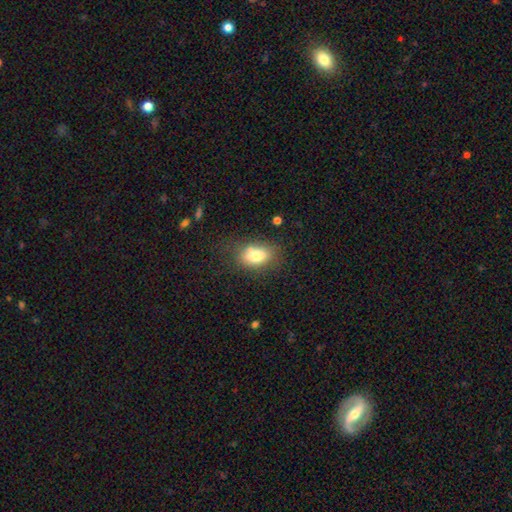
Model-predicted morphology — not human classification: The model was most divided on "merging": none: 64%, minor disturbance: 20%, merger: 9%, major disturbance: 7%. More confident: how rounded — in between (84%); smooth or featured — smooth (78%).